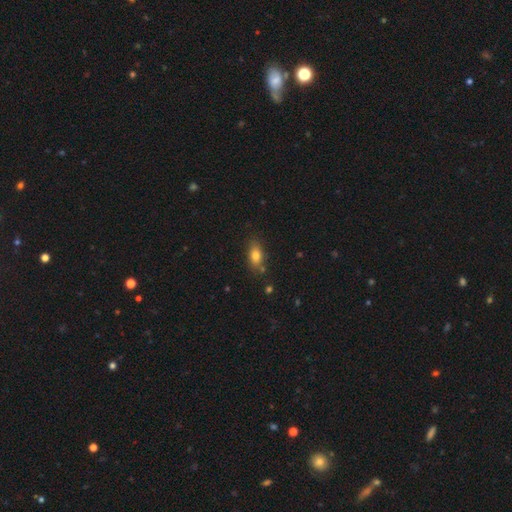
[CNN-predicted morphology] This appears to be a smooth galaxy with no disk features (79%) that is in between round and cigar-shaped (83%). Merging: none (77%).